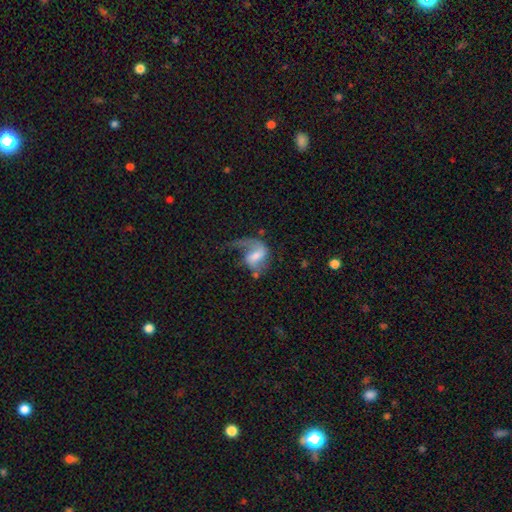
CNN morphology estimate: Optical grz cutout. It shows a featured or disk galaxy (69%) with a weak bar (49%), 1 (52%) loose (64%) spiral arms (89%) and a moderate central bulge (44%). Merging: major disturbance (45%).